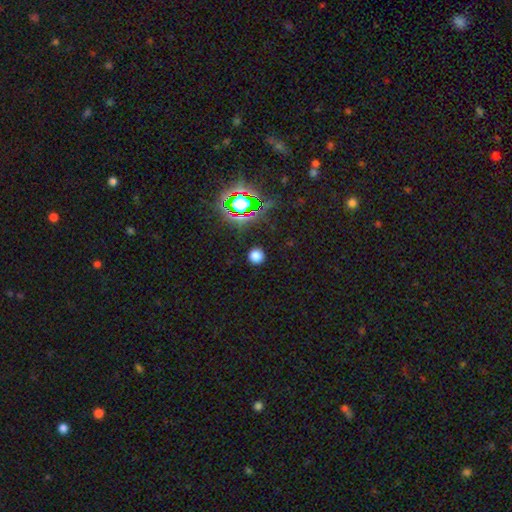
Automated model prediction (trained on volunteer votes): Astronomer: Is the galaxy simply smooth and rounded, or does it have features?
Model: smooth — 73%.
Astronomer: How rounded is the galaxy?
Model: round — 94%.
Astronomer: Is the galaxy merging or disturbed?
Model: none — 90%.